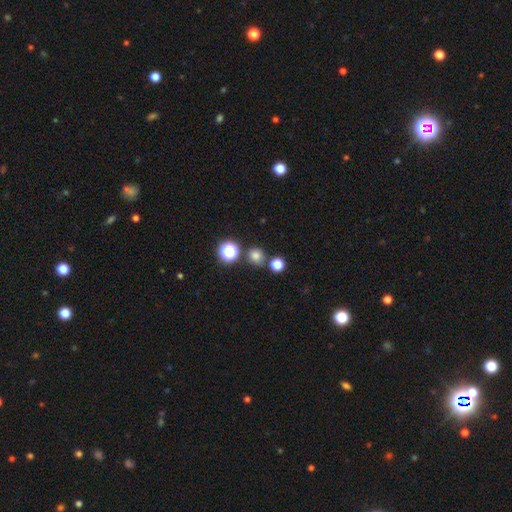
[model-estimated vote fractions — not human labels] Smooth or featured? Predicted: smooth (p=0.74). How rounded? Predicted: round (p=0.88). Merging? Predicted: none (p=0.76).